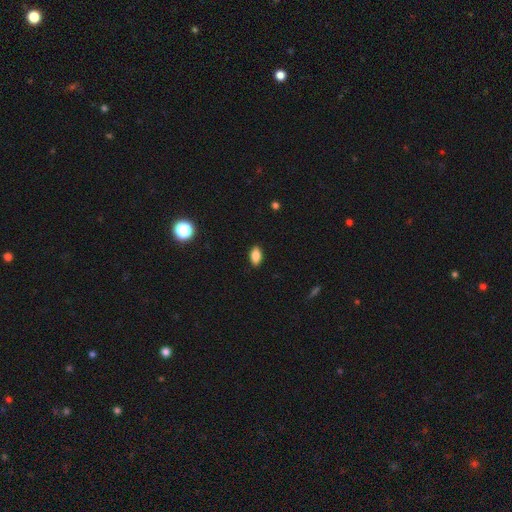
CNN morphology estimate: type=smooth (84%); roundness=in between (89%); merging=none (88%).